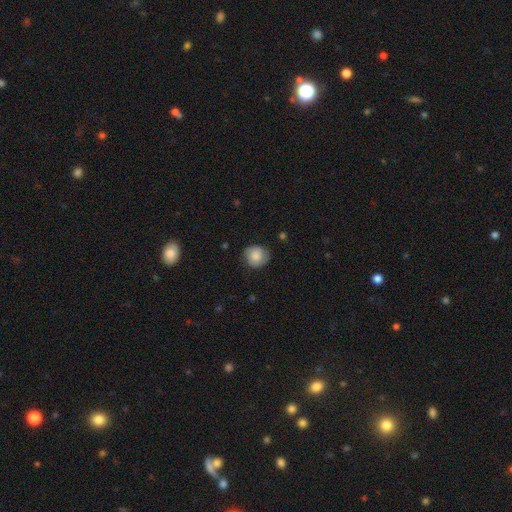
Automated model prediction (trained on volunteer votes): smooth 79%, featured or disk 13%, star or artifact 8%. Down the decision tree: how rounded — round (84%); merging — none (79%).